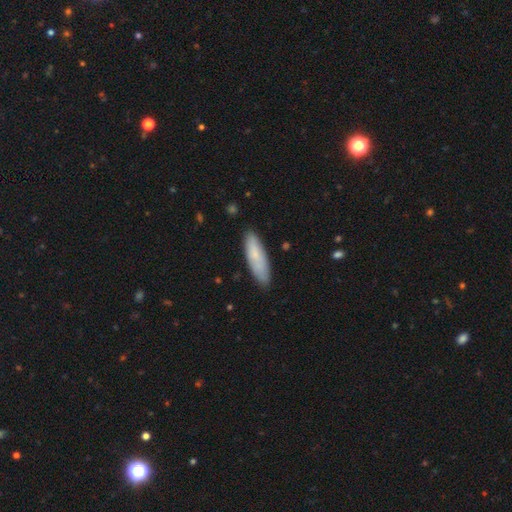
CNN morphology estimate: The model was most divided on "how rounded": cigar-shaped: 58%, in between: 40%, round: 2%. More confident: merging — none (84%); smooth or featured — smooth (77%).